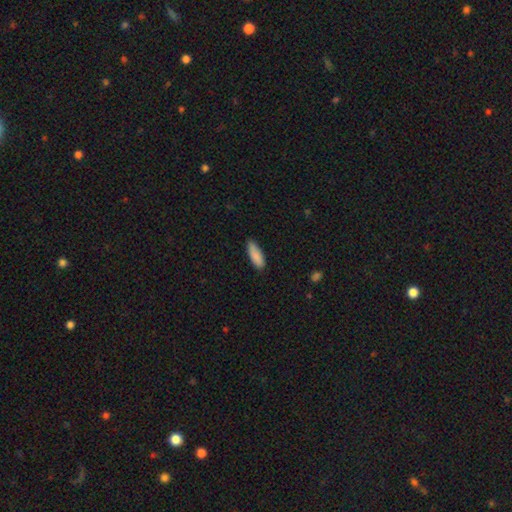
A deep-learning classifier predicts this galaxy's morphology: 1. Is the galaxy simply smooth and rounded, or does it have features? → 89% smooth, 6% star or artifact, 5% featured or disk.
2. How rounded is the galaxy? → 62% in between, 37% cigar-shaped, 2% round.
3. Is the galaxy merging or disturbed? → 83% none, 14% minor disturbance, 2% major disturbance, 1% merger.